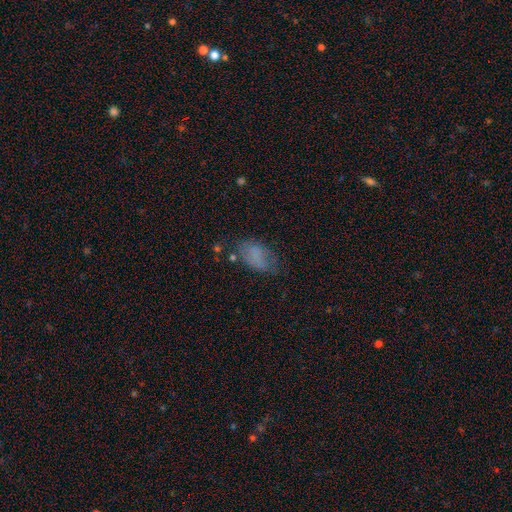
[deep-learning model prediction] Smooth or featured? Predicted: smooth (p=0.74). How rounded? Predicted: in between (p=0.92). Merging? Predicted: none (p=0.55).